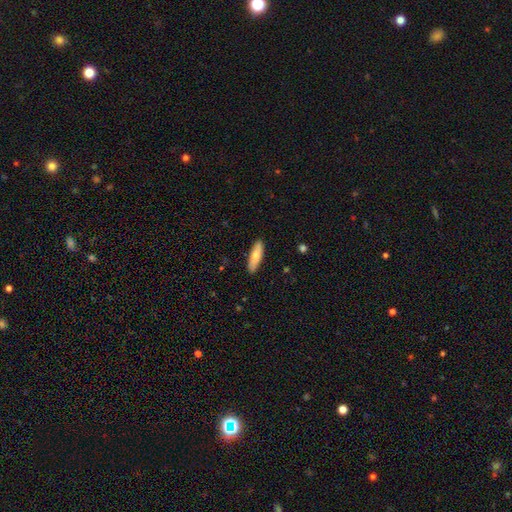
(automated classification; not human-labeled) This is likely a smooth galaxy (72%). How rounded: likely cigar-shaped (61%). Merging: clearly none (88%).